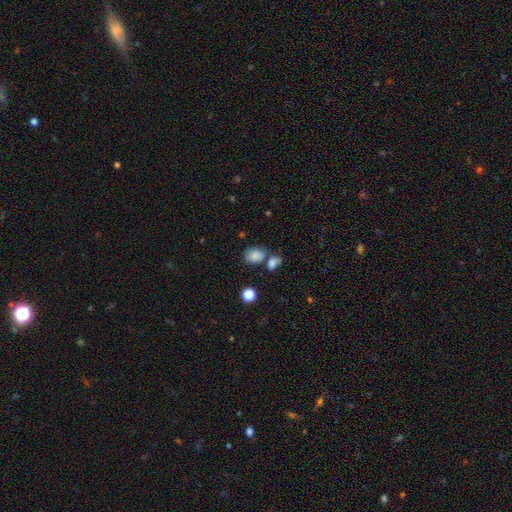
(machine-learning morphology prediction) A smooth galaxy with no disk features (81%) that is in between round and cigar-shaped (66%). Merging: none (51%).